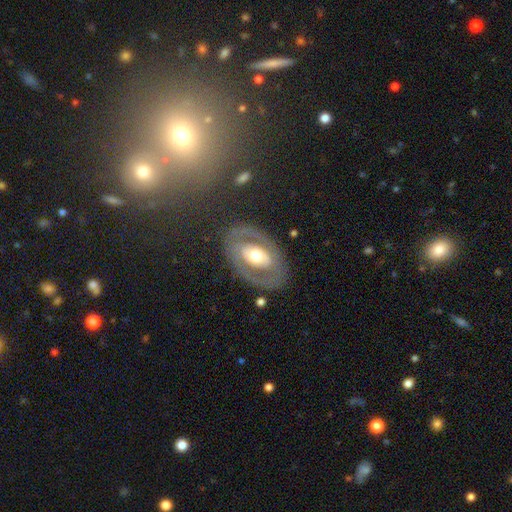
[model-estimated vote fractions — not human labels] featured or disk 66%, smooth 28%, star or artifact 6%. Down the decision tree: edge-on disk — no (92%); bar — no (66%); spiral arms — no (71%); bulge size — moderate (64%); merging — none (77%).